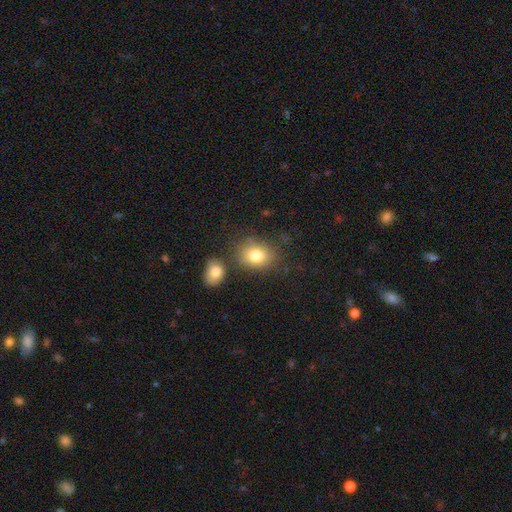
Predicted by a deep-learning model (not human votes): Smooth or featured? Predicted: smooth (p=0.80). How rounded? Predicted: in between (p=0.58). Merging? Predicted: none (p=0.69).